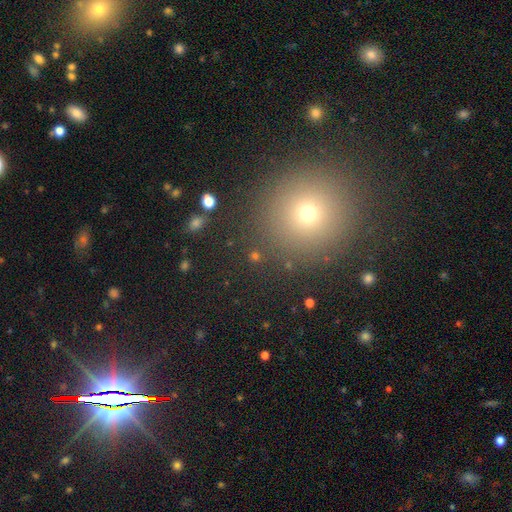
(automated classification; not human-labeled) A smooth galaxy with no disk features (60%) that is round (89%).

Vote fractions:
- Smooth or featured? smooth: 60% / star or artifact: 32% / featured or disk: 9%
- How rounded? round: 89% / in between: 10% / cigar-shaped: 2%
- Merging? none: 86% / minor disturbance: 7% / merger: 4% / major disturbance: 3%